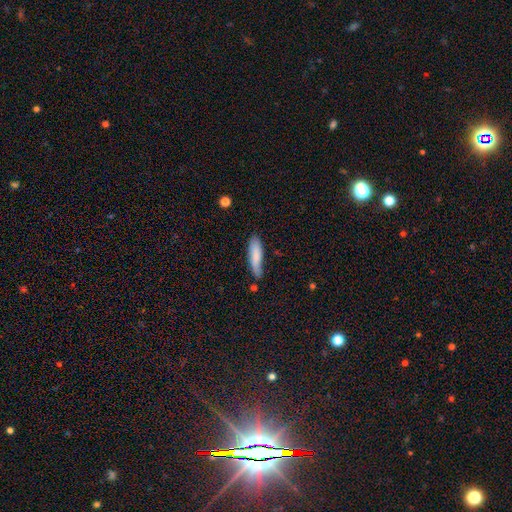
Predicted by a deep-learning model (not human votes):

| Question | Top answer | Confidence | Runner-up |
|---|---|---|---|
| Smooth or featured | smooth | 81% | featured or disk (13%) |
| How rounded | cigar-shaped | 70% | in between (29%) |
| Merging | none | 63% | minor disturbance (26%) |